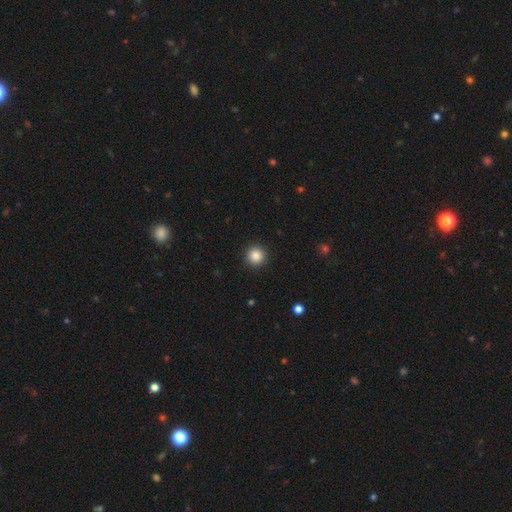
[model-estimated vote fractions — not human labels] A smooth galaxy with no disk features (86%) that is round (96%).

Vote fractions:
- Smooth or featured? smooth: 86% / star or artifact: 10% / featured or disk: 4%
- How rounded? round: 96% / in between: 3% / cigar-shaped: 1%
- Merging? none: 93% / minor disturbance: 5% / major disturbance: 2% / merger: 1%